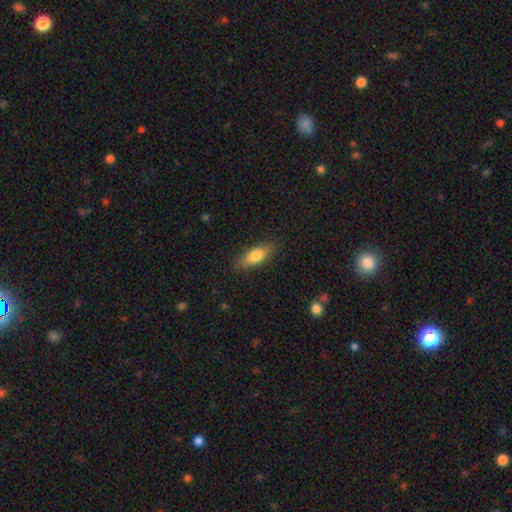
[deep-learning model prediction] Morphology: type=smooth (78%); roundness=in between (67%); merging=none (84%).